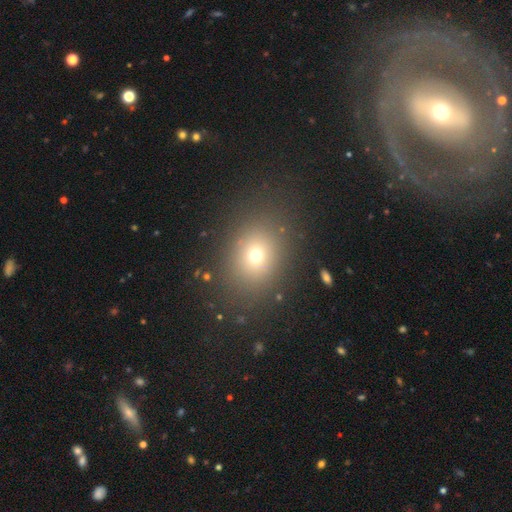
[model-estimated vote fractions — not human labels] This appears to be a smooth galaxy with no disk features (69%) that is round (53%). Merging: none (84%).